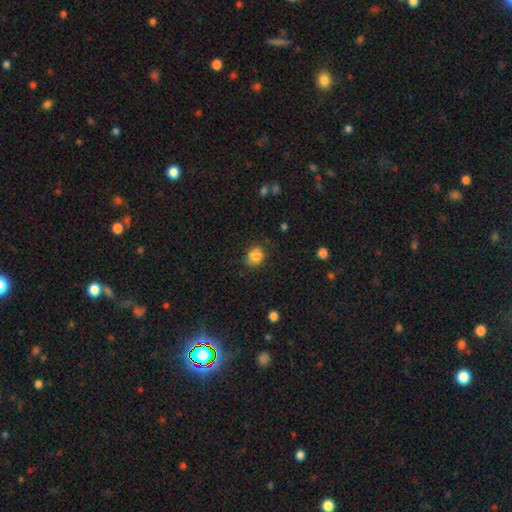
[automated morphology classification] This is clearly a smooth galaxy (84%). How rounded: likely round (61%). Merging: likely none (74%).